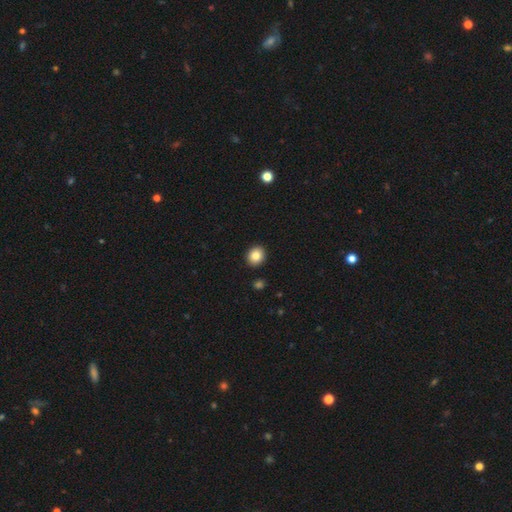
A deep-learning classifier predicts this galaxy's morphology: type=smooth (83%); roundness=round (75%); merging=none (92%).